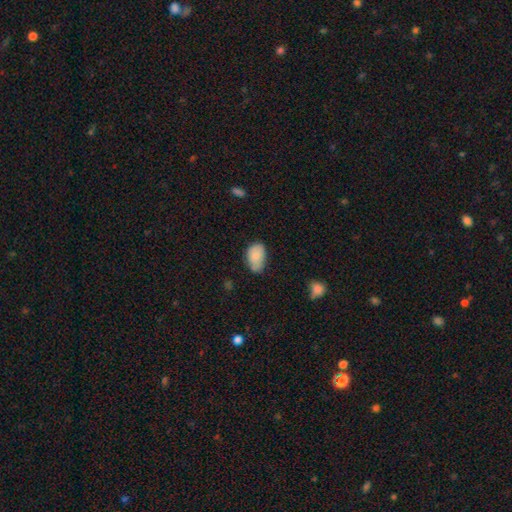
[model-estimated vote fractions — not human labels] Smooth or featured: smooth — 82% (featured or disk — 10%)
How rounded: in between — 87% (round — 11%)
Merging: none — 49% (minor disturbance — 39%)